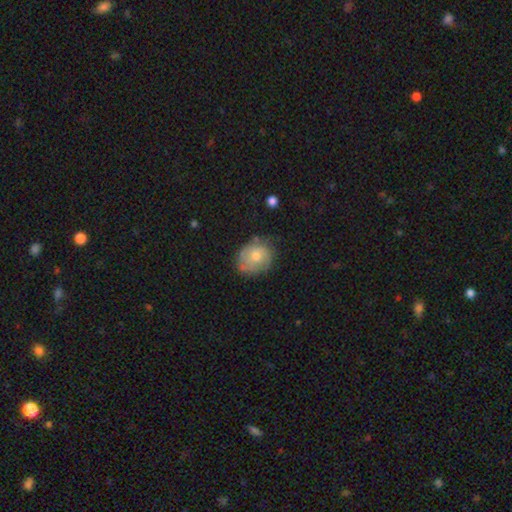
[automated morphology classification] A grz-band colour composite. It shows a smooth galaxy with no disk features (55%) that is round (61%). Merging: none (65%).